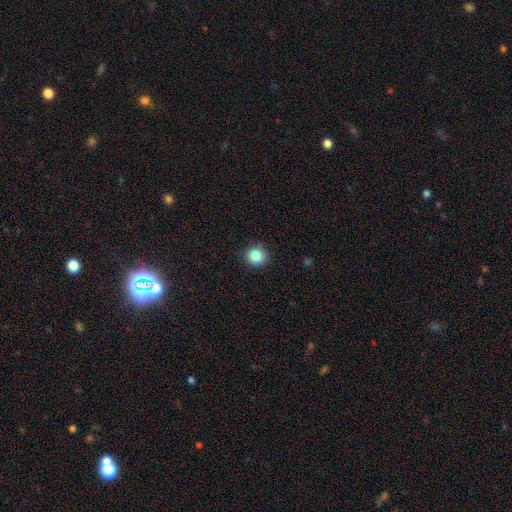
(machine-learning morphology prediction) This is clearly a smooth galaxy (87%). How rounded: clearly round (90%). Merging: clearly none (88%).